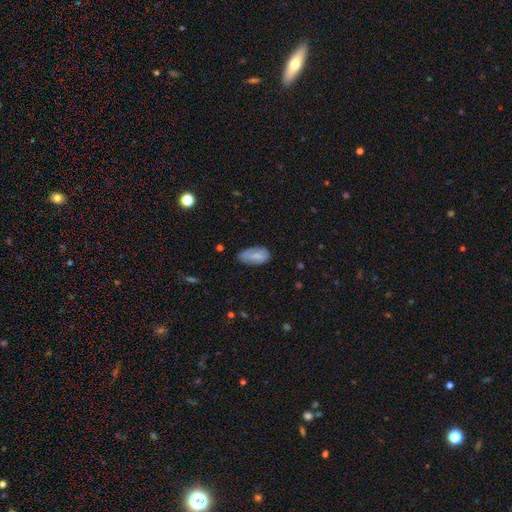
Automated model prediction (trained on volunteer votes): smooth 74%, featured or disk 18%, star or artifact 7%. Down the decision tree: how rounded — in between (92%); merging — none (61%).